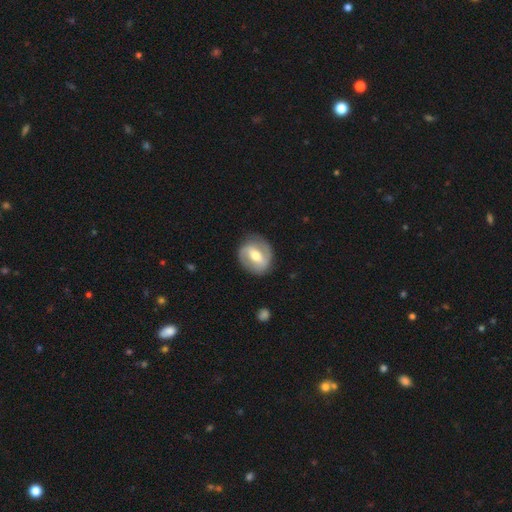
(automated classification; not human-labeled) A featured or disk galaxy (70%) with a strong bar (47%), 2 (83%) medium (42%) spiral arms (76%) and a moderate central bulge (71%). Merging: none (82%).